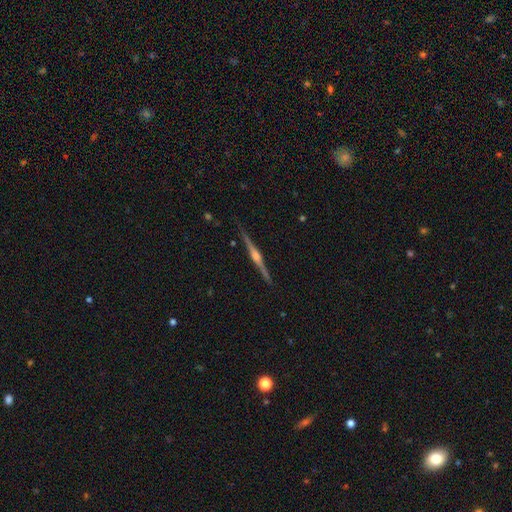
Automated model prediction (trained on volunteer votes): This appears to be a featured or disk galaxy (87%) viewed edge-on (99%) with a rounded central bulge (87%). Merging: none (91%).